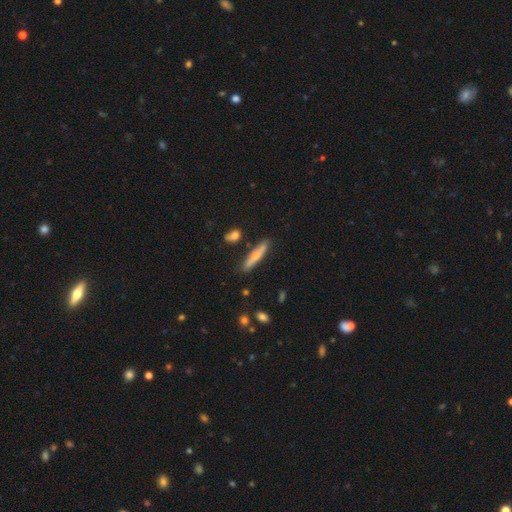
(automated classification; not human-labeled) smooth_or_featured: smooth (p=0.51) [alt: featured or disk p=0.43]
how_rounded: cigar-shaped (p=0.87) [alt: in between p=0.11]
merging: none (p=0.84) [alt: minor disturbance p=0.10]